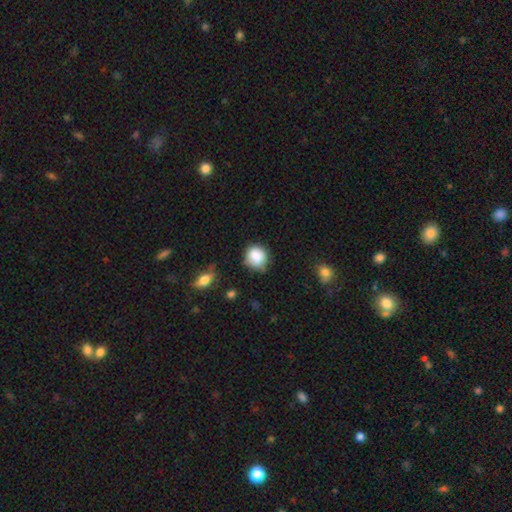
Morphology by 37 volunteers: Smooth or featured?
  - smooth: 89% *
  - featured or disk: 5%
  - star or artifact: 5%
How rounded?
  - round: 85% *
  - in between: 15%
  - cigar-shaped: 0%
Merging?
  - none: 74% *
  - minor disturbance: 20%
  - major disturbance: 6%
  - merger: 0%